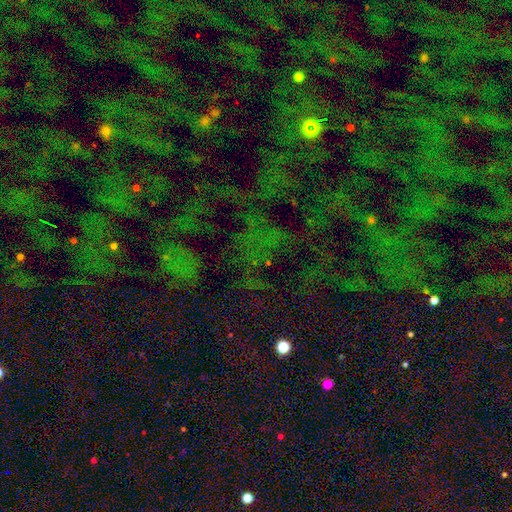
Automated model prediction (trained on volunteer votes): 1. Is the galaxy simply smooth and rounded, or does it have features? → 72% star or artifact, 17% smooth, 11% featured or disk.